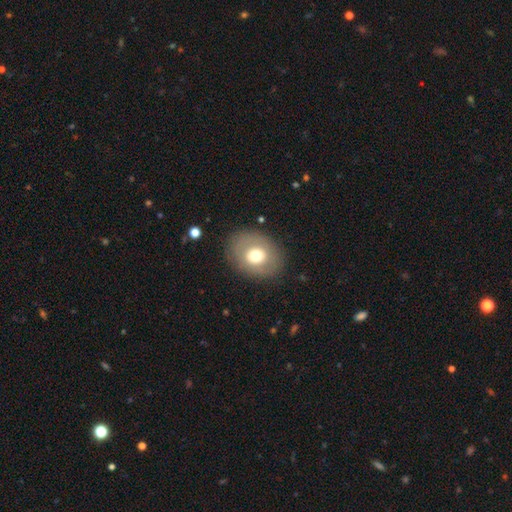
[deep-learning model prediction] Smooth or featured: smooth — 65% (featured or disk — 27%)
How rounded: in between — 51% (round — 48%)
Merging: none — 83% (minor disturbance — 11%)